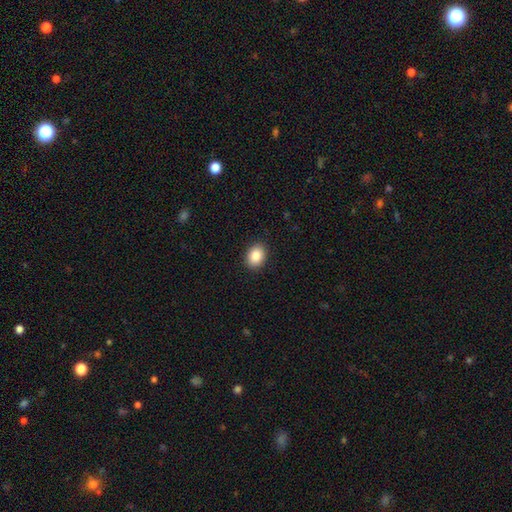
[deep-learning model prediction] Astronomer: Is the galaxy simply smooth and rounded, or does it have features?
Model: smooth — 87%.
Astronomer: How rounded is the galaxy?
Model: in between — 66%.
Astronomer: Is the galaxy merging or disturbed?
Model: none — 90%.